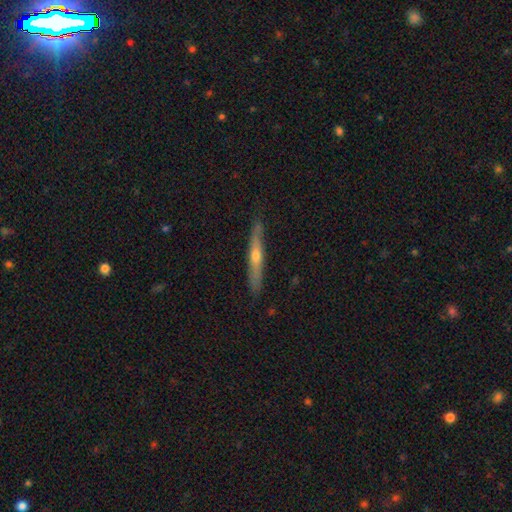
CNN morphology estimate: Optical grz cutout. It shows a featured or disk galaxy (66%) viewed edge-on (95%) with a rounded central bulge (82%). Merging: none (88%).